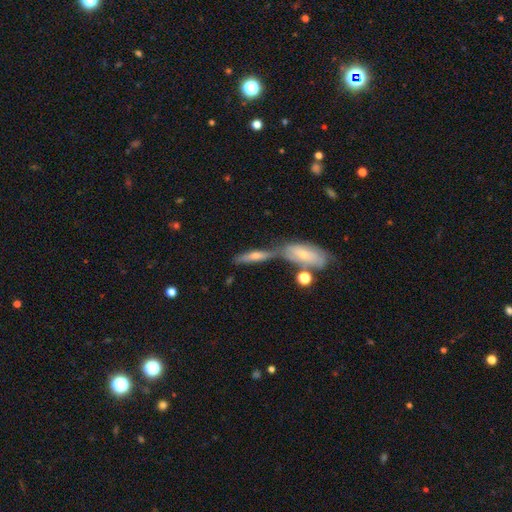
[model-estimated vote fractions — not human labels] A featured or disk galaxy (54%) viewed edge-on (78%). Merging: none (44%).